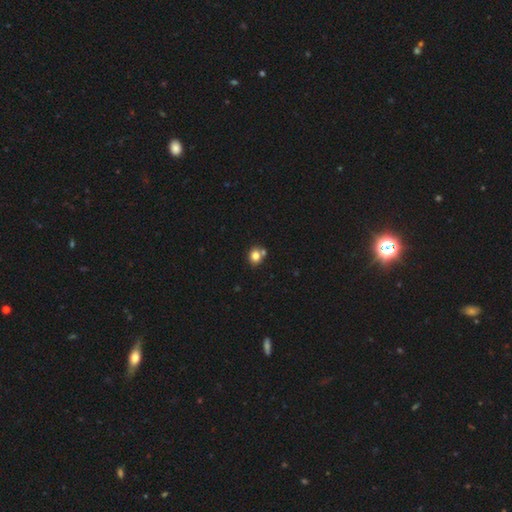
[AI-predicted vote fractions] This appears to be a smooth galaxy with no disk features (81%) that is round (73%). Merging: none (66%).